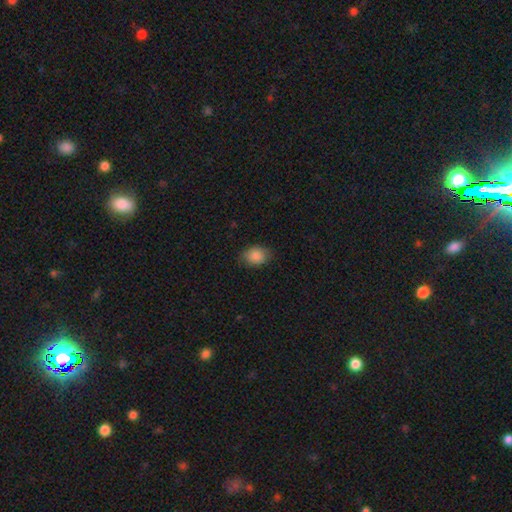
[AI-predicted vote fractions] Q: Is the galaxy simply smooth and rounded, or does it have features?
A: smooth — 86%.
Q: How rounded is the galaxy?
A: in between — 60%.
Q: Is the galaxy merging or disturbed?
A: none — 78%.